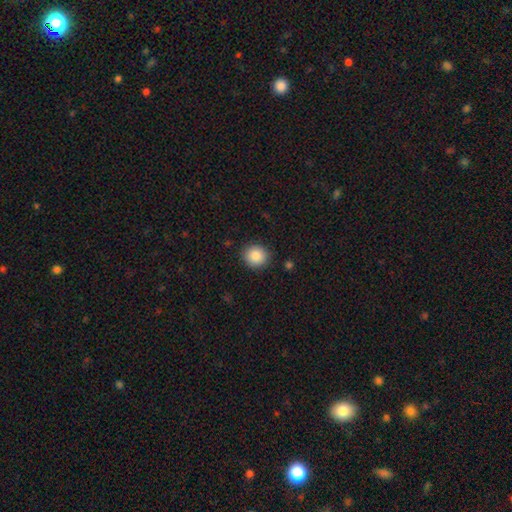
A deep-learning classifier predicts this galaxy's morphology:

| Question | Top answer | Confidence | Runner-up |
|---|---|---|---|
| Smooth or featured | smooth | 87% | star or artifact (8%) |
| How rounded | round | 86% | in between (13%) |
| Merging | none | 89% | minor disturbance (7%) |